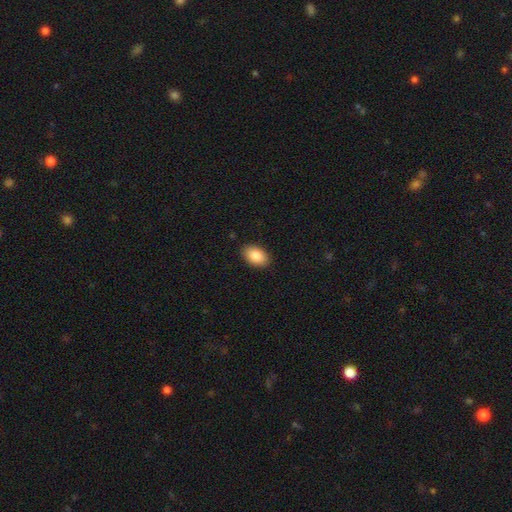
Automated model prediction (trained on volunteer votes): Overall: smooth (87%). How rounded: in between (91%). Merging: none (88%).